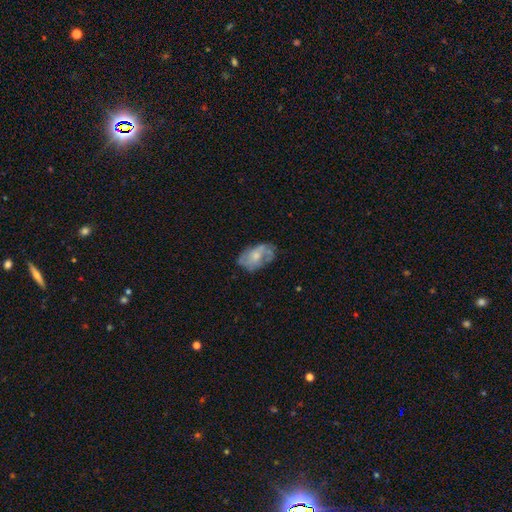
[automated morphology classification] A featured or disk galaxy (52%). Merging: none (55%).